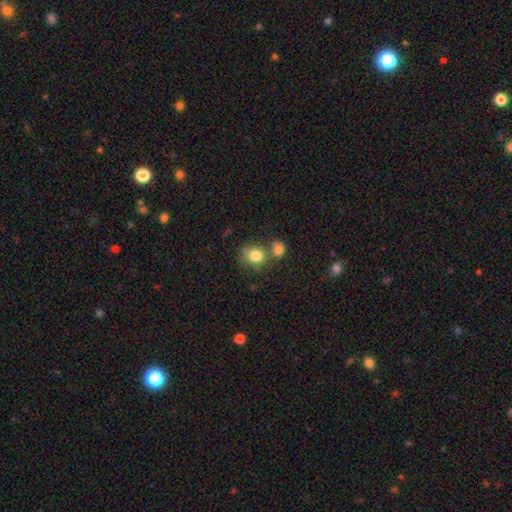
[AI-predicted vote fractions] The model was most divided on "merging": none: 48%, merger: 34%, minor disturbance: 13%, major disturbance: 5%. More confident: smooth or featured — smooth (81%); how rounded — round (71%).